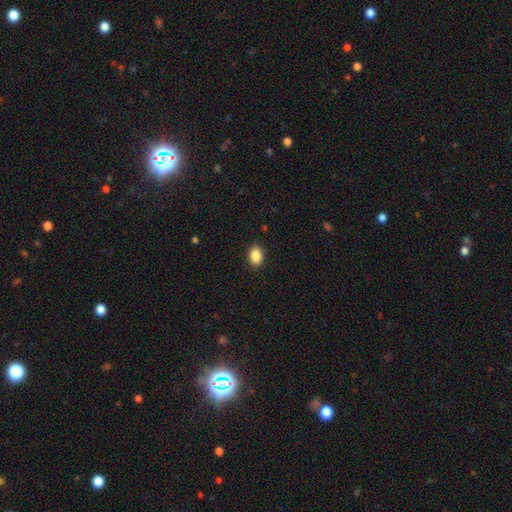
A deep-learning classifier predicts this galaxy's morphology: Overall: smooth (88%). How rounded: in between (81%). Merging: none (90%).